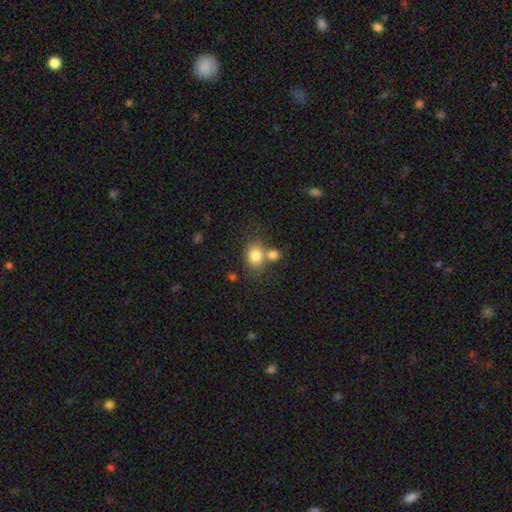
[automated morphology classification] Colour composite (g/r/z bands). It shows a smooth galaxy with no disk features (82%) that is round (54%). Merging: none (49%).